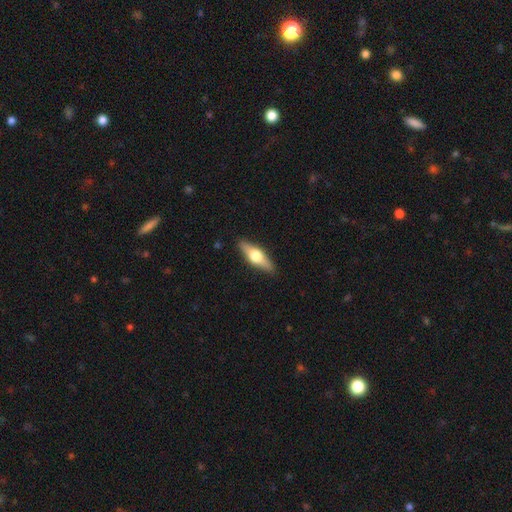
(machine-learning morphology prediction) This appears to be a featured or disk galaxy (54%) viewed edge-on (93%) with a rounded central bulge (95%). Merging: none (89%).